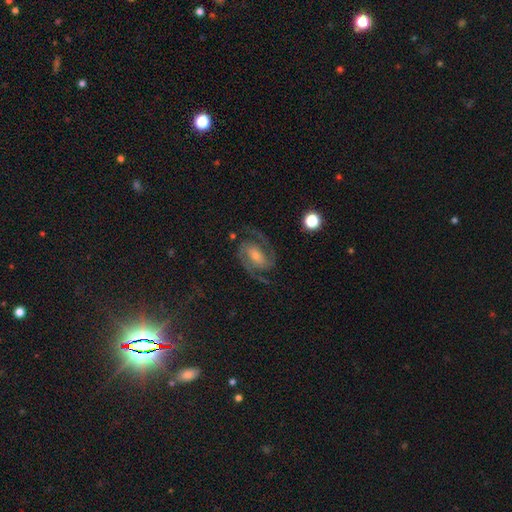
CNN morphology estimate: A featured or disk galaxy (89%) with a weak bar (41%), 2 (92%) medium (57%) spiral arms (98%) and a small central bulge (52%).

Vote fractions:
- Smooth or featured? featured or disk: 89% / star or artifact: 6% / smooth: 4%
- Edge-on disk? no: 98% / yes: 2%
- Bar? weak: 41% / no: 33% / strong: 26%
- Spiral arms? yes: 98% / no: 2%
- Spiral winding? medium: 57% / tight: 31% / loose: 12%
- Spiral arm count? 2: 92% / 3: 2% / can't tell: 2% / 1: 1% / 4: 1% / more than 4: 1%
- Bulge size? small: 52% / moderate: 40% / large: 4% / none: 3% / dominant: 1%
- Merging? none: 79% / minor disturbance: 12% / major disturbance: 7% / merger: 1%